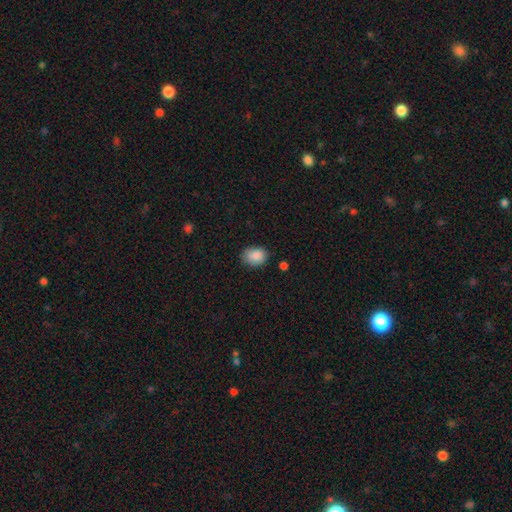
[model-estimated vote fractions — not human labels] Overall: smooth (87%). How rounded: in between (60%; round 39%). Merging: none (75%).